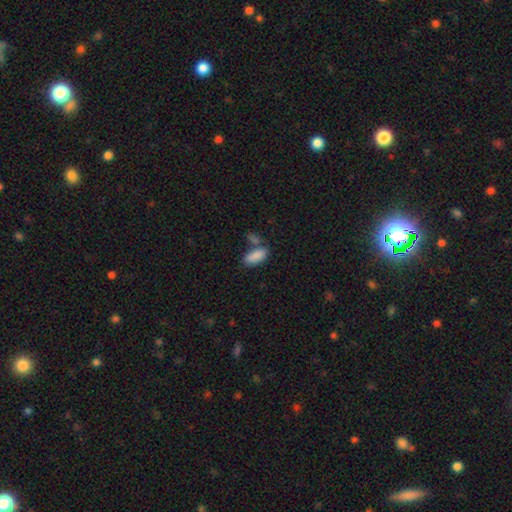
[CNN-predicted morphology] A smooth galaxy with no disk features (87%) that is in between round and cigar-shaped (85%). Merging: none (54%).